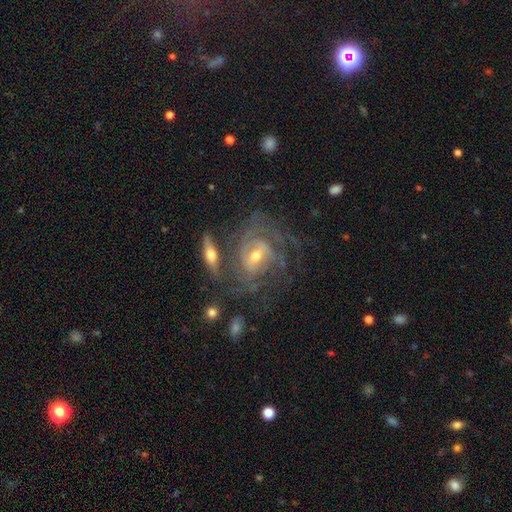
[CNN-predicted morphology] Smooth or featured? featured or disk (85%)
Edge-on disk? no (95%)
Bar? weak (47%)
Spiral arms? yes (93%)
Spiral winding? tight (60%)
Spiral arm count? can't tell (40%)
Bulge size? moderate (50%)
Merging? none (56%)